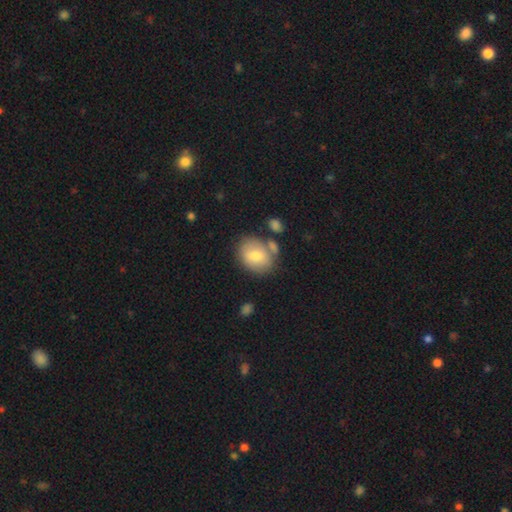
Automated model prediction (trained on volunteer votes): Smooth or featured: smooth — 69% (featured or disk — 24%)
How rounded: round — 50% (in between — 49%)
Merging: none — 60% (minor disturbance — 17%)